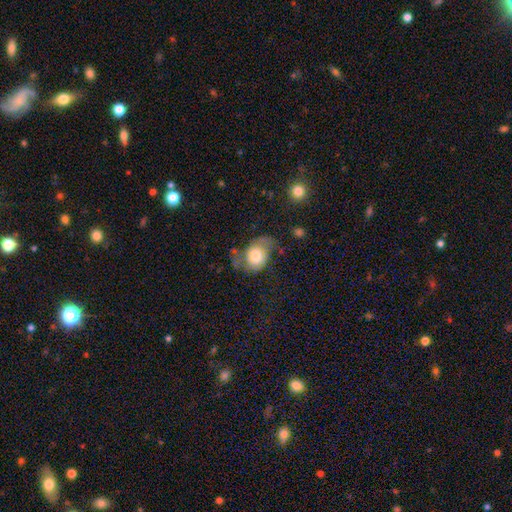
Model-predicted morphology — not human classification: Smooth or featured?
  - smooth: 59% *
  - featured or disk: 34%
  - star or artifact: 7%
How rounded?
  - in between: 59% *
  - round: 39%
  - cigar-shaped: 1%
Merging?
  - none: 39% *
  - minor disturbance: 31%
  - major disturbance: 27%
  - merger: 3%